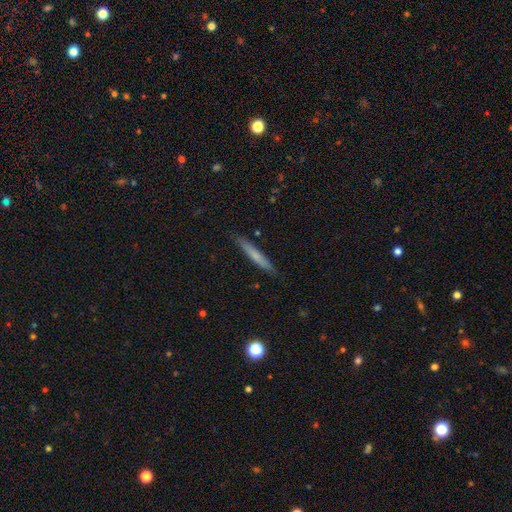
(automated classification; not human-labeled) smooth 66%, featured or disk 28%, star or artifact 6%. Down the decision tree: how rounded — cigar-shaped (95%); merging — none (88%).